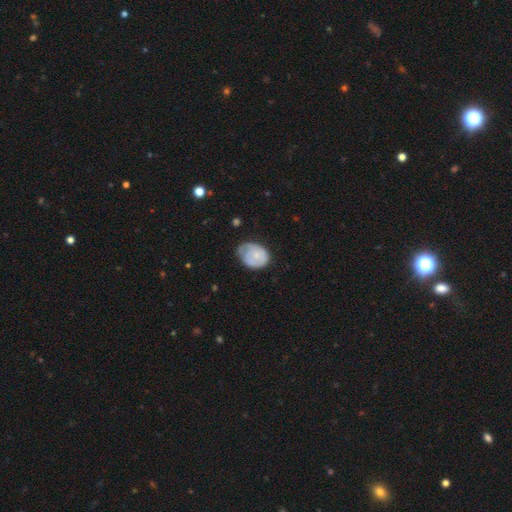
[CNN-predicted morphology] type=smooth (62%); roundness=in between (61%); merging=minor disturbance (44%).